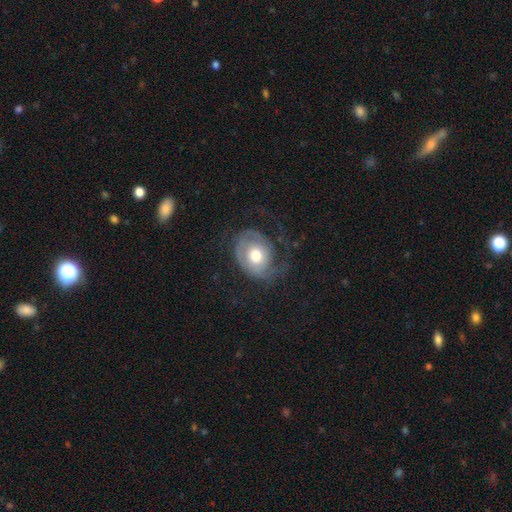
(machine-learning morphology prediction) The model was most divided on "merging": none: 46%, major disturbance: 31%, minor disturbance: 21%, merger: 2%. More confident: edge-on disk — no (96%); bar — no (79%); spiral arms — yes (77%); bulge size — moderate (65%); smooth or featured — featured or disk (62%).